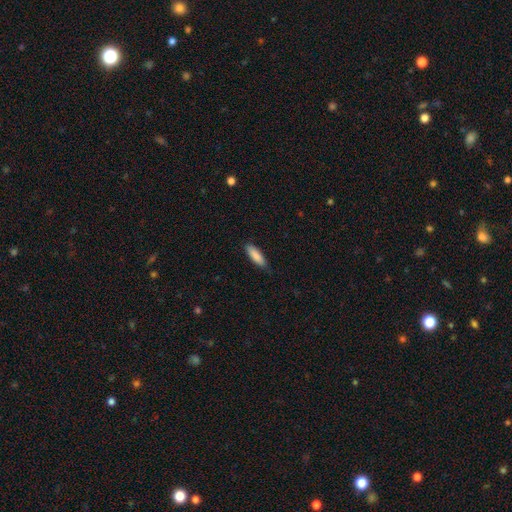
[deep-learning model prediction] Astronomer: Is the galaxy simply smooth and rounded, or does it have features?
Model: smooth — 88%.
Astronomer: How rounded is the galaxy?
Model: cigar-shaped — 52% (runner-up: in between, 47%).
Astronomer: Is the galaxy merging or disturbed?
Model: none — 81%.